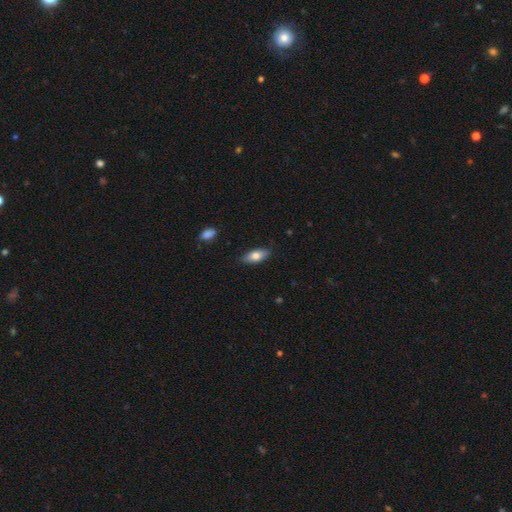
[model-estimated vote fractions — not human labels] Morphology: type=smooth (77%); roundness=in between (84%); merging=none (85%).